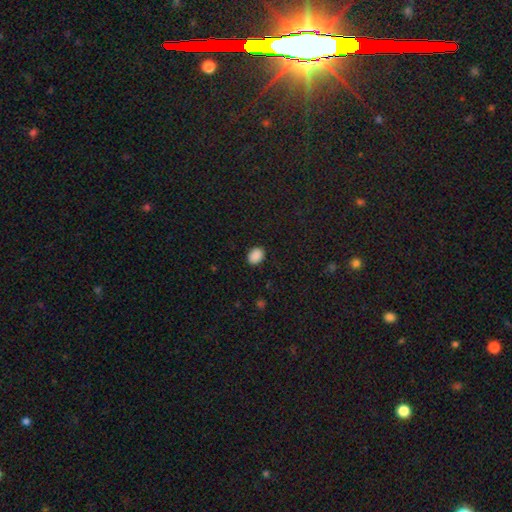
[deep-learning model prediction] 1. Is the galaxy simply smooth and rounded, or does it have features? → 89% smooth, 9% star or artifact, 3% featured or disk.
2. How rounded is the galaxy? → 68% in between, 31% round, 1% cigar-shaped.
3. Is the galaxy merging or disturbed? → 88% none, 9% minor disturbance, 2% major disturbance, 1% merger.